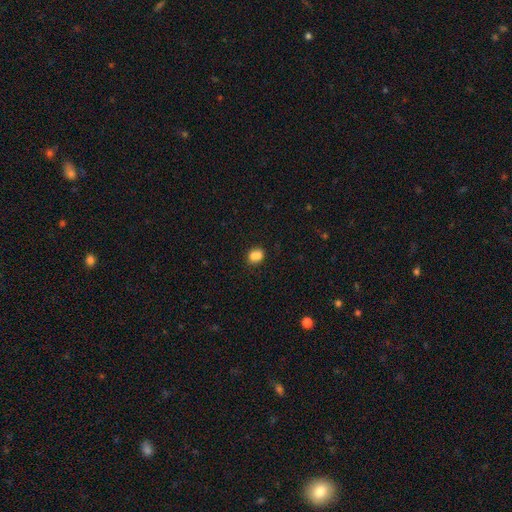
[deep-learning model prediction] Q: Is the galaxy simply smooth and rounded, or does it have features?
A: smooth — 79%.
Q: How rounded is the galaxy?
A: round — 55%.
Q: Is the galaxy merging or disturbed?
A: none — 49%.